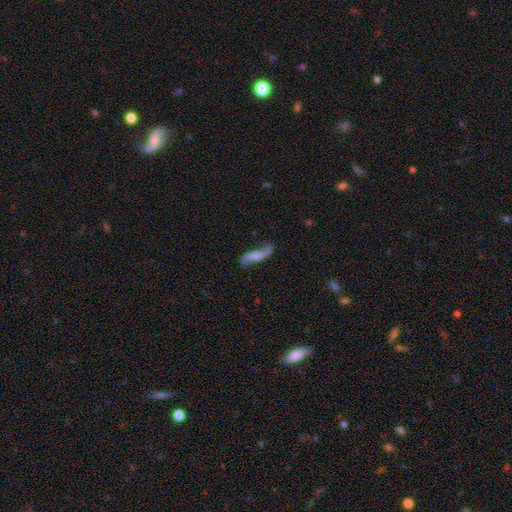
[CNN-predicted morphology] This is likely a featured or disk galaxy (76%). It is clearly not viewed edge-on (85%). Bar: marginally no (44%). Spiral arm pattern: clearly yes (93%). Spiral arm count: clearly 2 (91%). Spiral winding: clearly loose (90%). Central bulge: marginally small (38%). Merging: likely none (68%).